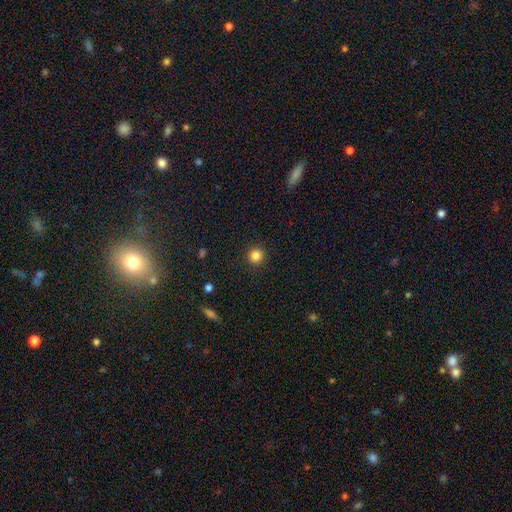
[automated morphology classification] smooth 85%, star or artifact 11%, featured or disk 4%. Down the decision tree: how rounded — round (93%); merging — none (92%).